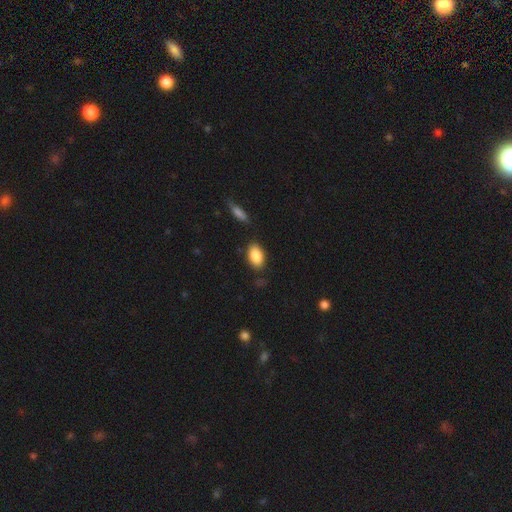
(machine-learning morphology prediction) This appears to be a smooth galaxy with no disk features (88%) that is in between round and cigar-shaped (90%). Merging: none (80%).